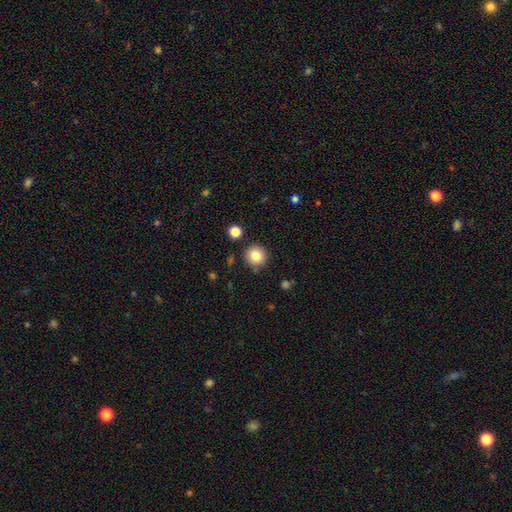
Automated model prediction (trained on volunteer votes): This is clearly a smooth galaxy (82%). How rounded: clearly round (93%). Merging: clearly none (87%).